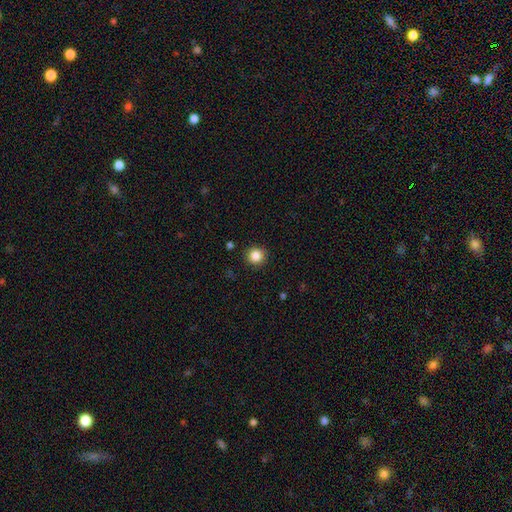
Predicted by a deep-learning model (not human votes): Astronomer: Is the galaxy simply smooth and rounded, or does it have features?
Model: smooth — 85%.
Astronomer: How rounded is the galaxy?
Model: round — 94%.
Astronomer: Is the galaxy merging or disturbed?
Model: none — 91%.